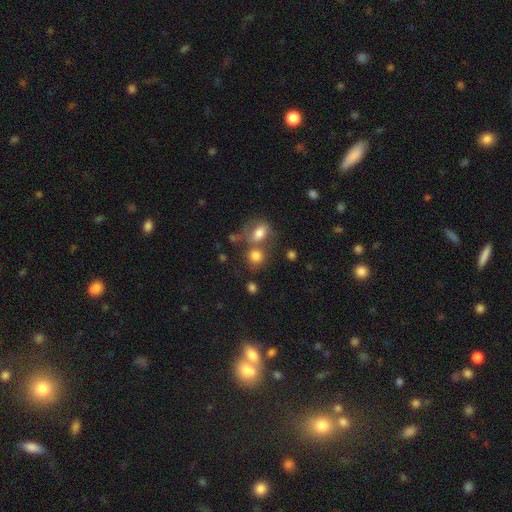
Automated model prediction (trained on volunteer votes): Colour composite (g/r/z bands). It shows a smooth galaxy with no disk features (79%) that is round (71%). Merging: none (44%).